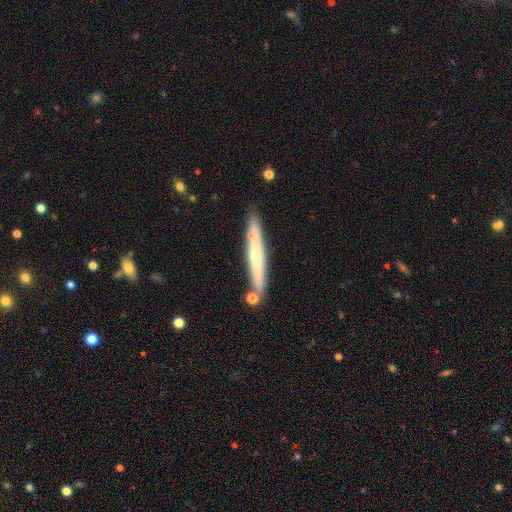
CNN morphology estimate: Smooth or featured: featured or disk — 52% (smooth — 42%)
Edge-on disk: yes — 88% (no — 12%)
Merging: none — 81% (minor disturbance — 11%)